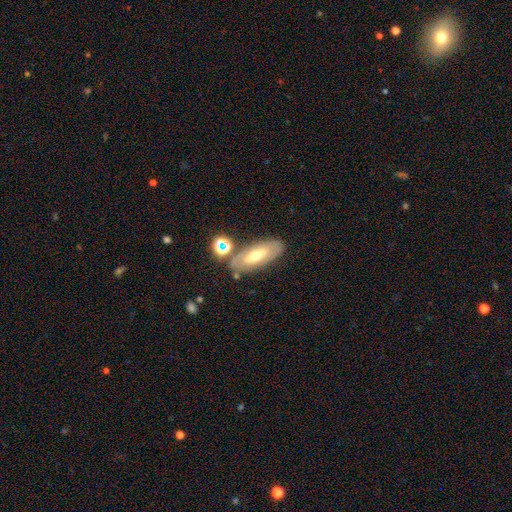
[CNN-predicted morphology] Smooth or featured? featured or disk (49%)
Merging? none (73%)